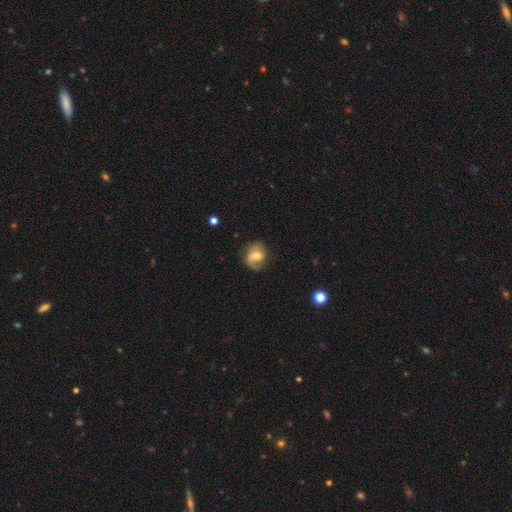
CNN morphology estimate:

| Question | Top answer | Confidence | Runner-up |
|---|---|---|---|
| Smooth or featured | featured or disk | 46% | smooth (45%) |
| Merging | none | 61% | minor disturbance (25%) |